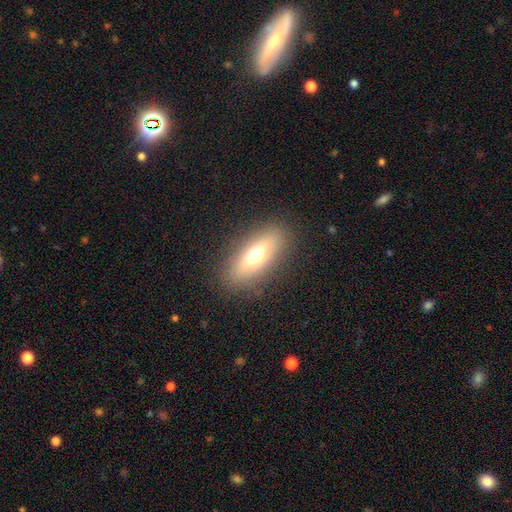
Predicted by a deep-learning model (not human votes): A smooth galaxy with no disk features (59%) that is in between round and cigar-shaped (64%).

Vote fractions:
- Smooth or featured? smooth: 59% / featured or disk: 31% / star or artifact: 10%
- How rounded? in between: 64% / cigar-shaped: 32% / round: 4%
- Merging? none: 86% / minor disturbance: 9% / major disturbance: 4% / merger: 1%